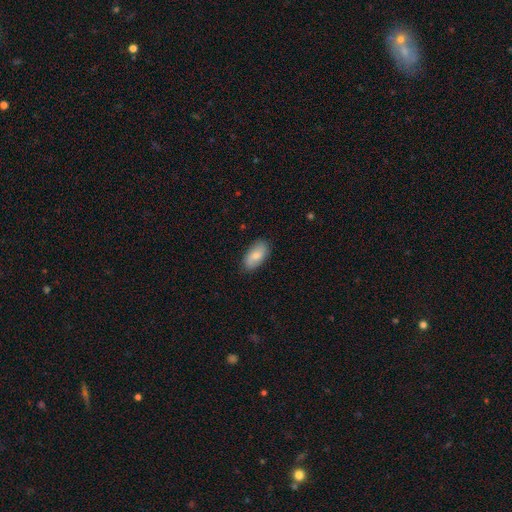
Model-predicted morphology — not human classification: A smooth galaxy with no disk features (76%) that is in between round and cigar-shaped (92%). Merging: none (85%).